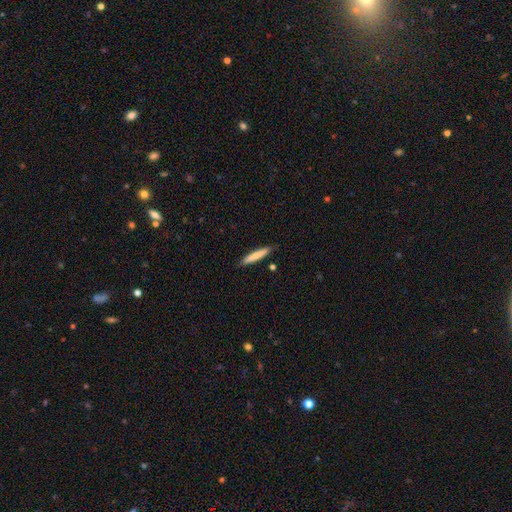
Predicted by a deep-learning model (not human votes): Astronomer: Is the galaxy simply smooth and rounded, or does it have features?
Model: smooth — 77%.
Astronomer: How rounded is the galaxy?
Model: cigar-shaped — 94%.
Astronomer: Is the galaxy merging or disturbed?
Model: none — 88%.